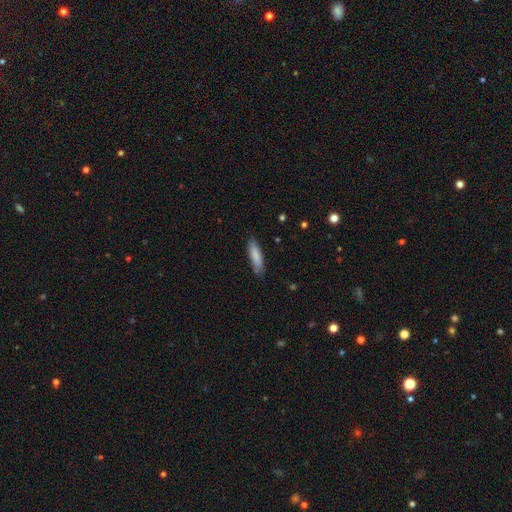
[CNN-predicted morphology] Smooth or featured? Predicted: smooth (p=0.83). How rounded? Predicted: cigar-shaped (p=0.70). Merging? Predicted: none (p=0.82).